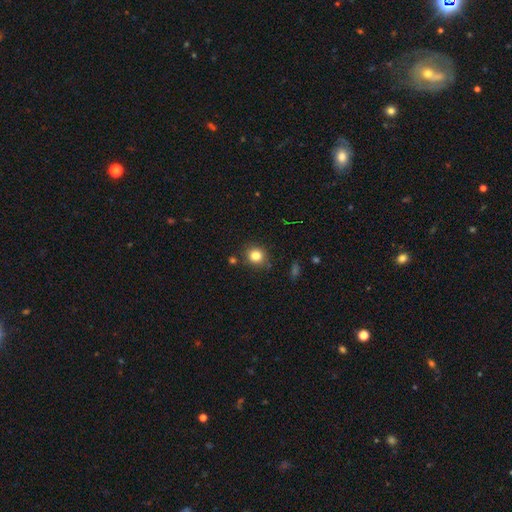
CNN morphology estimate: A smooth galaxy with no disk features (82%) that is round (84%).

Vote fractions:
- Smooth or featured? smooth: 82% / star or artifact: 12% / featured or disk: 6%
- How rounded? round: 84% / in between: 15% / cigar-shaped: 1%
- Merging? none: 83% / minor disturbance: 11% / merger: 4% / major disturbance: 3%